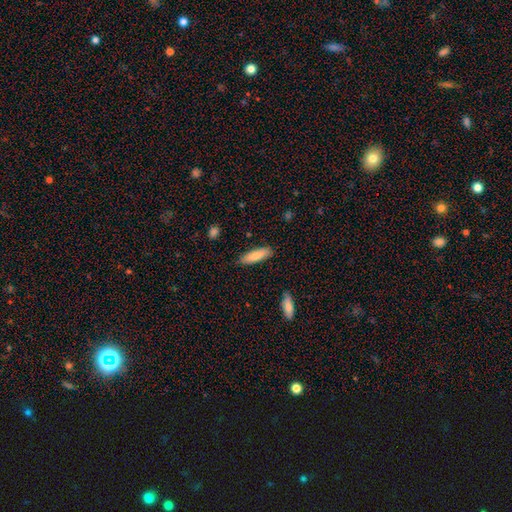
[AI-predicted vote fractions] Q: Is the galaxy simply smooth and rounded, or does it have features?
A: smooth — 82%.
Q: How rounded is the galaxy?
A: cigar-shaped — 54%.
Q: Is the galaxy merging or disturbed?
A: none — 86%.